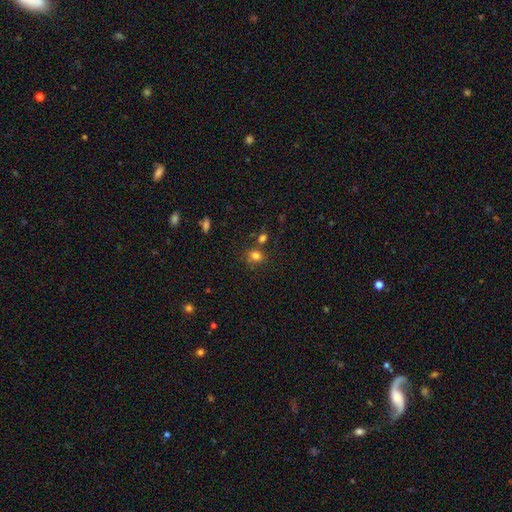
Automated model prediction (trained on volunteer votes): This is likely a smooth galaxy (78%). How rounded: likely round (62%). Merging: likely none (65%).